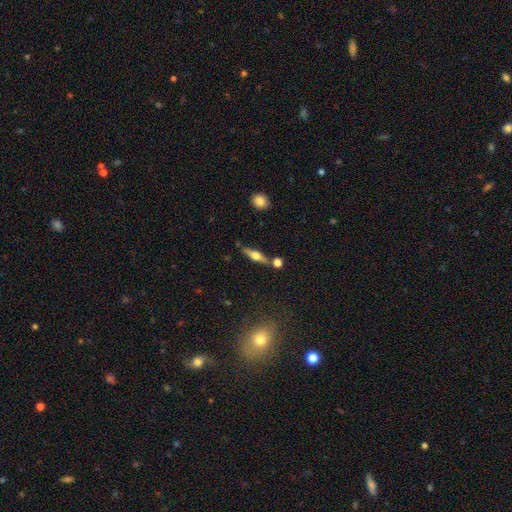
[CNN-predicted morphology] A featured or disk galaxy (56%) viewed edge-on (93%) with a rounded central bulge (92%). Merging: none (72%).